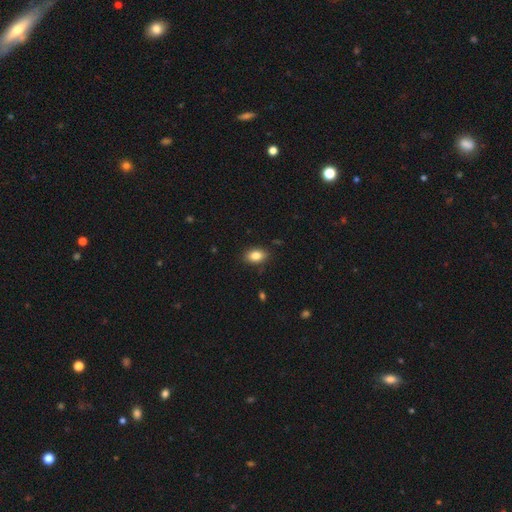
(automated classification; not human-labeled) Morphology: type=smooth (84%); roundness=in between (85%); merging=none (86%).